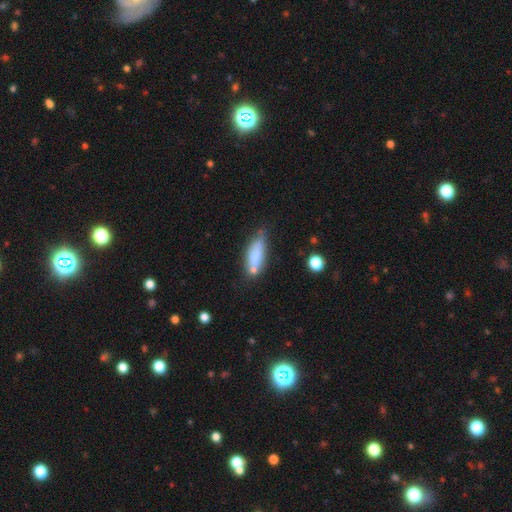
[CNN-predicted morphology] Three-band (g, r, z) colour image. It shows a smooth galaxy with no disk features (70%) that is in between round and cigar-shaped (56%). Merging: none (52%).